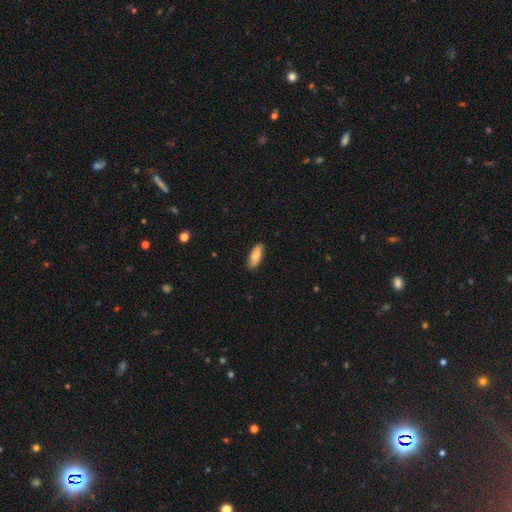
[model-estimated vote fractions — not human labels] This is clearly a smooth galaxy (81%). How rounded: likely in between (70%). Merging: clearly none (87%).